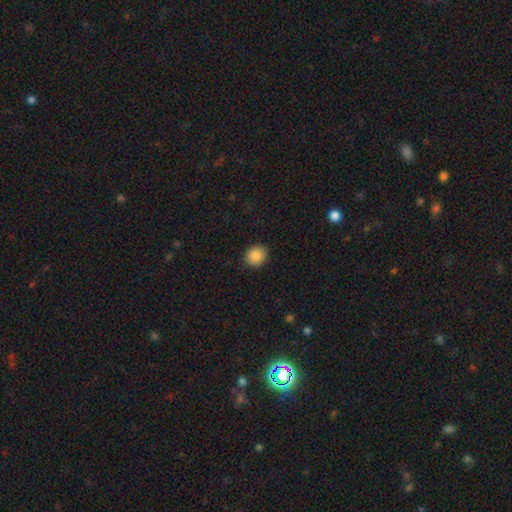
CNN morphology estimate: Smooth or featured: smooth — 87% (star or artifact — 9%)
How rounded: round — 71% (in between — 29%)
Merging: none — 90% (minor disturbance — 7%)